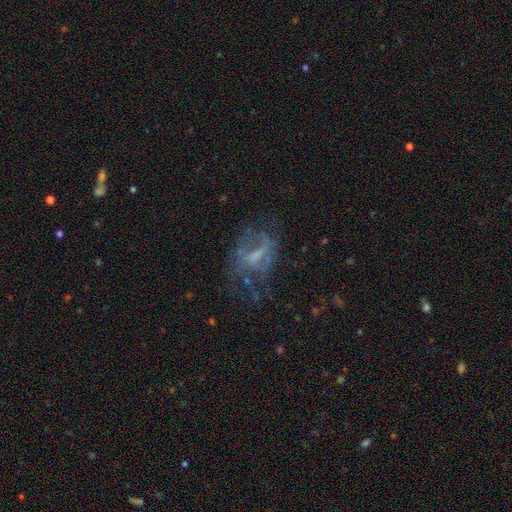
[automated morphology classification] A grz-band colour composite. It shows a featured or disk galaxy (61%) with a weak bar (41%), no spiral arms (59%) and no central bulge (41%). Merging: none (42%).